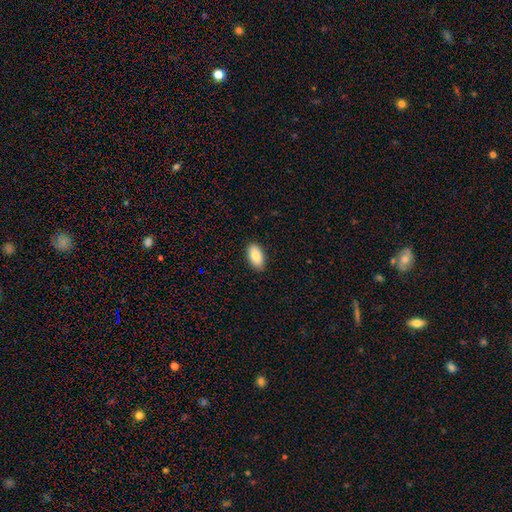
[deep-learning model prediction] Smooth or featured? smooth (86%)
How rounded? in between (93%)
Merging? none (88%)